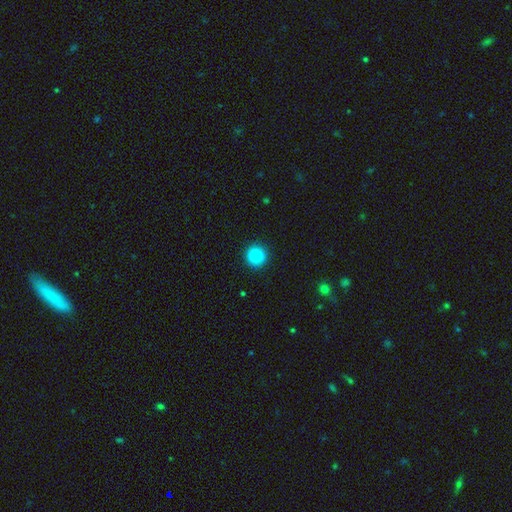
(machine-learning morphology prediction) Smooth or featured? Predicted: smooth (p=0.87). How rounded? Predicted: round (p=0.94). Merging? Predicted: none (p=0.92).